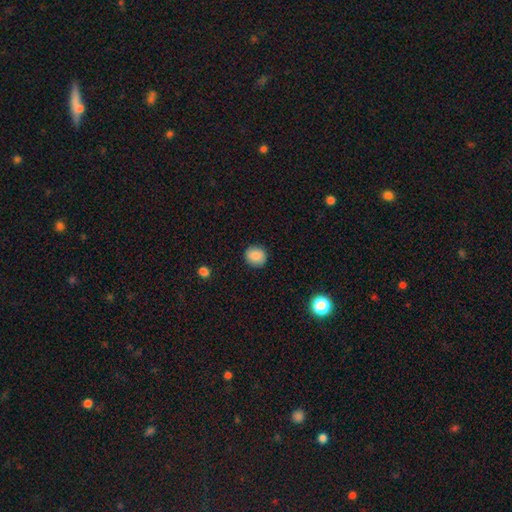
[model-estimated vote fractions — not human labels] smooth_or_featured: smooth (p=0.87) [alt: star or artifact p=0.09]
how_rounded: round (p=0.84) [alt: in between p=0.15]
merging: none (p=0.89) [alt: minor disturbance p=0.08]